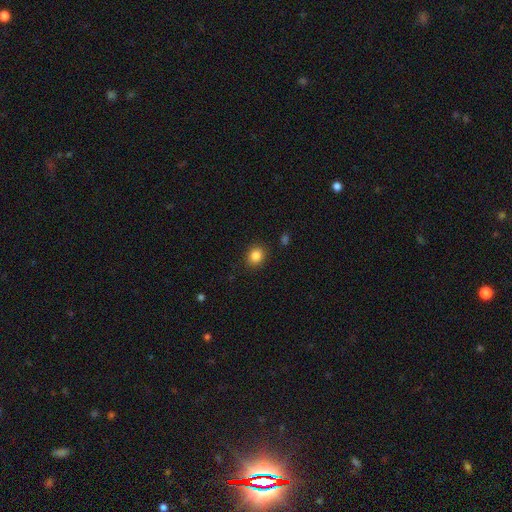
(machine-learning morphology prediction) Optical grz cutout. It shows a smooth galaxy with no disk features (85%) that is round (69%). Merging: none (89%).